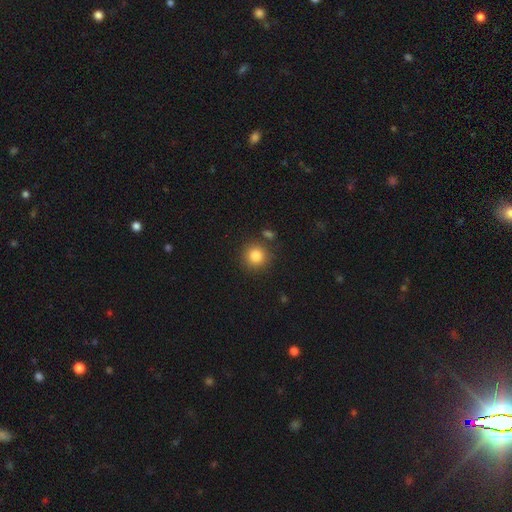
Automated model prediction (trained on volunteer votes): smooth 83%, star or artifact 11%, featured or disk 6%. Down the decision tree: how rounded — round (93%); merging — none (83%).